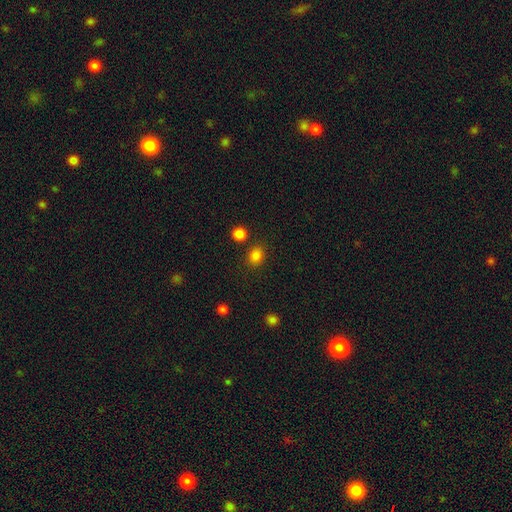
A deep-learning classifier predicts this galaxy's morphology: Overall: smooth (83%). How rounded: round (61%; in between 38%). Merging: none (81%).